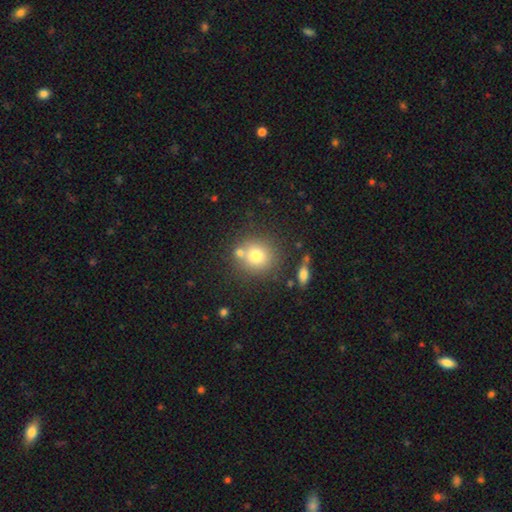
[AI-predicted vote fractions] Morphology: type=smooth (76%); roundness=round (86%); merging=none (69%).